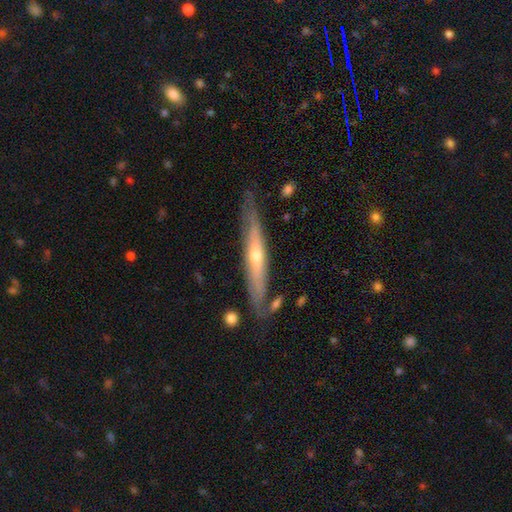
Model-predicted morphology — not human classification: Smooth or featured? featured or disk (66%)
Edge-on disk? yes (85%)
Edge-on bulge? rounded (73%)
Merging? none (76%)